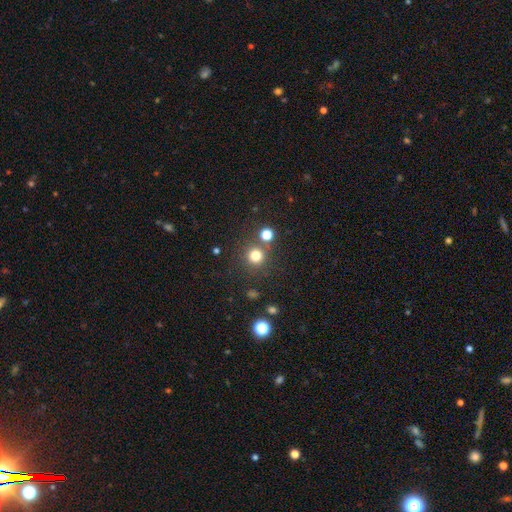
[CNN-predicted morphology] type=smooth (78%); roundness=round (93%); merging=none (78%).